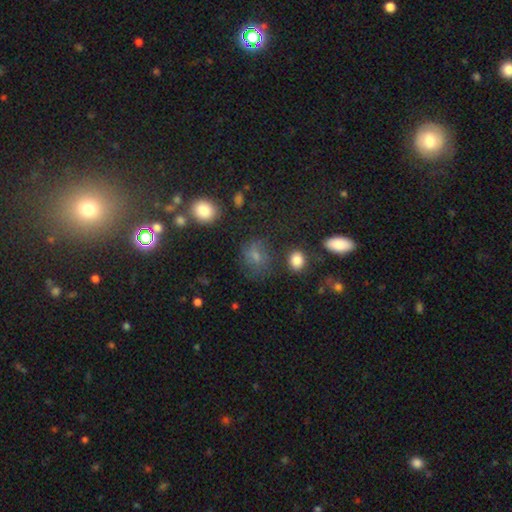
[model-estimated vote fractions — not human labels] smooth_or_featured: smooth (p=0.65) [alt: star or artifact p=0.18]
how_rounded: round (p=0.57) [alt: in between p=0.42]
merging: none (p=0.61) [alt: minor disturbance p=0.21]